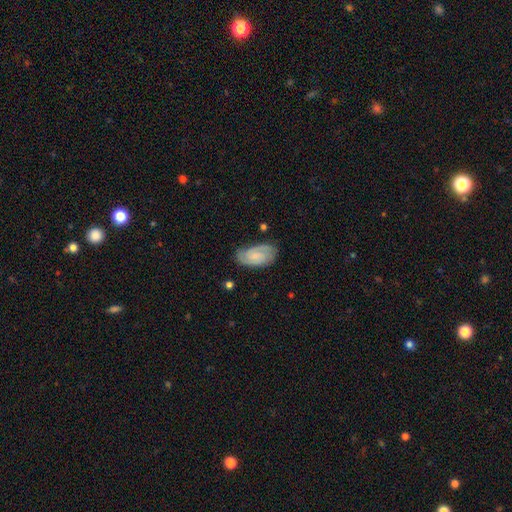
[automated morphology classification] type=featured or disk (67%); edge-on=no (97%); bar=no (56%); spiral arms=yes (94%); winding=tight (53%); arm count=2 (66%); bulge=small (49%); merging=none (74%).